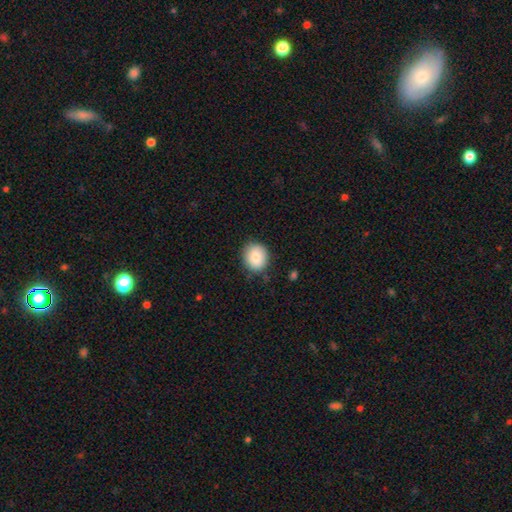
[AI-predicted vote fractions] smooth_or_featured: smooth (p=0.86) [alt: star or artifact p=0.08]
how_rounded: round (p=0.72) [alt: in between p=0.27]
merging: none (p=0.82) [alt: minor disturbance p=0.14]